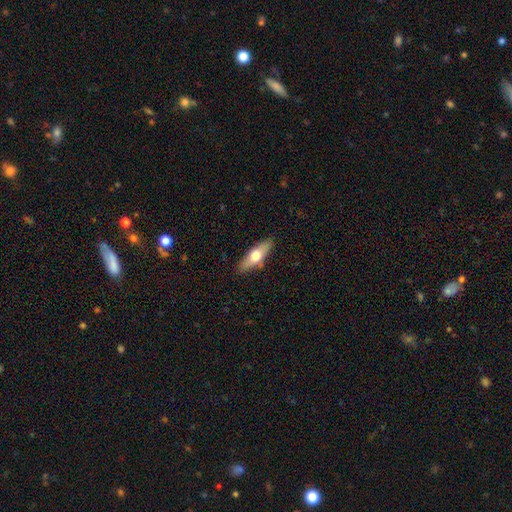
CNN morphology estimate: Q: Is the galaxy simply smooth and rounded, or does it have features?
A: smooth — 53%.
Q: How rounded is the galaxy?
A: in between — 52%.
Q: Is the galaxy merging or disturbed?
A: none — 87%.